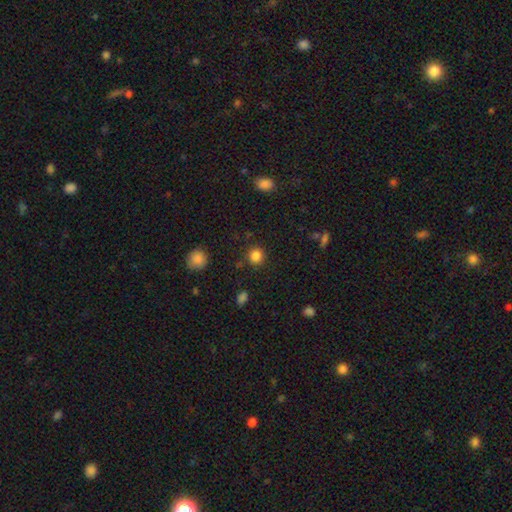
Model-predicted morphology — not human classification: Smooth or featured? smooth (84%)
How rounded? round (90%)
Merging? none (87%)